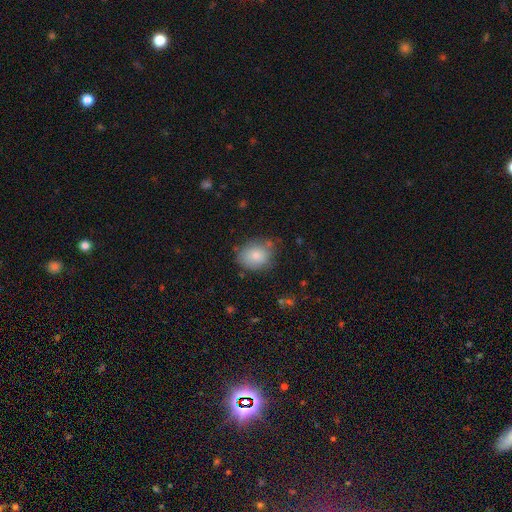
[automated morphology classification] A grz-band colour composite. It shows a smooth galaxy with no disk features (80%) that is round (54%). Merging: none (68%).